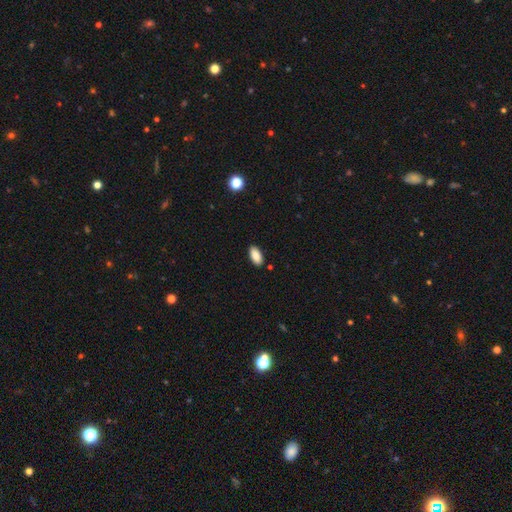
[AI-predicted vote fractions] Smooth or featured: smooth — 88% (star or artifact — 7%)
How rounded: in between — 92% (cigar-shaped — 6%)
Merging: none — 88% (minor disturbance — 9%)